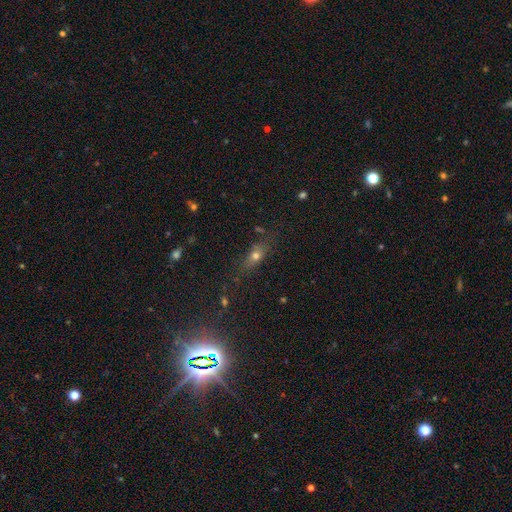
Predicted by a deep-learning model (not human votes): The model was most divided on "how rounded": in between: 58%, cigar-shaped: 29%, round: 13%. More confident: merging — none (73%); smooth or featured — smooth (62%).